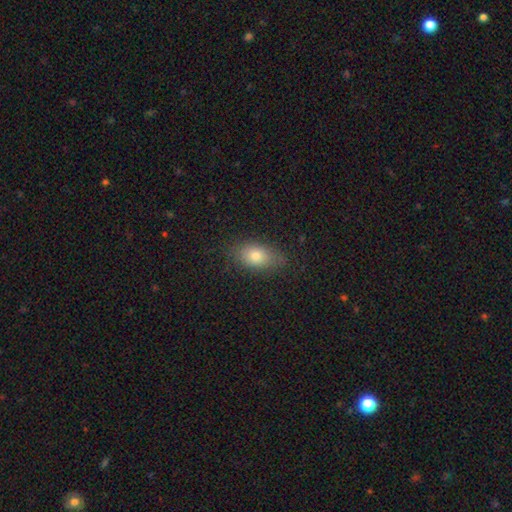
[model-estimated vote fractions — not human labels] Overall: smooth (78%). How rounded: in between (84%). Merging: none (79%).